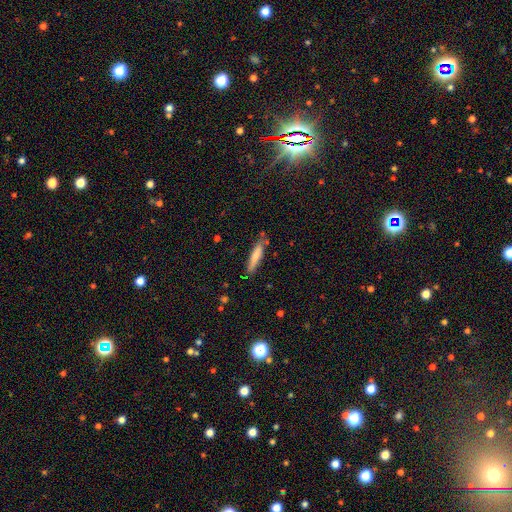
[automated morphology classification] A smooth galaxy with no disk features (69%) that is cigar-shaped (88%).

Vote fractions:
- Smooth or featured? smooth: 69% / featured or disk: 24% / star or artifact: 6%
- How rounded? cigar-shaped: 88% / in between: 11% / round: 1%
- Merging? none: 78% / minor disturbance: 15% / merger: 4% / major disturbance: 3%